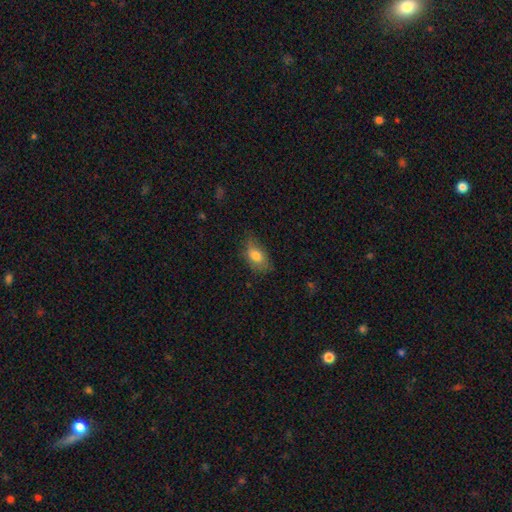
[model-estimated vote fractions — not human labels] Smooth or featured? smooth (78%)
How rounded? in between (88%)
Merging? none (63%)